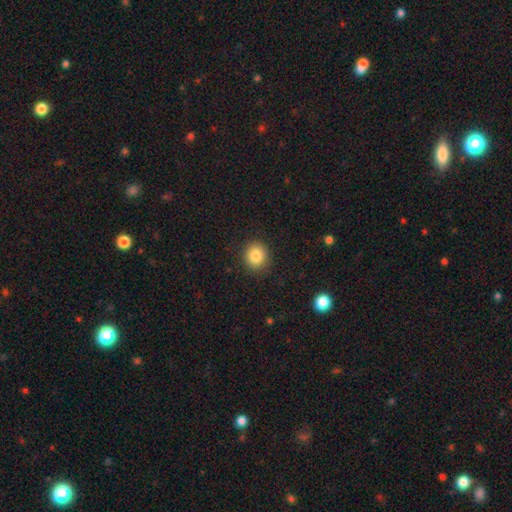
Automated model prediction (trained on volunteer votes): This is clearly a smooth galaxy (83%). How rounded: clearly round (83%). Merging: clearly none (89%).